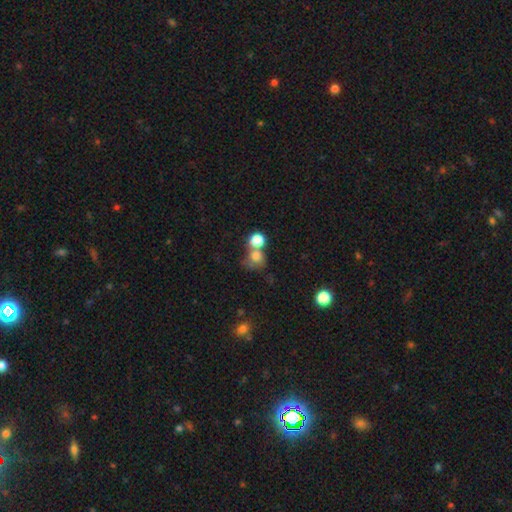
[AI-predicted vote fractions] Smooth or featured? smooth (75%)
How rounded? round (74%)
Merging? merger (50%)